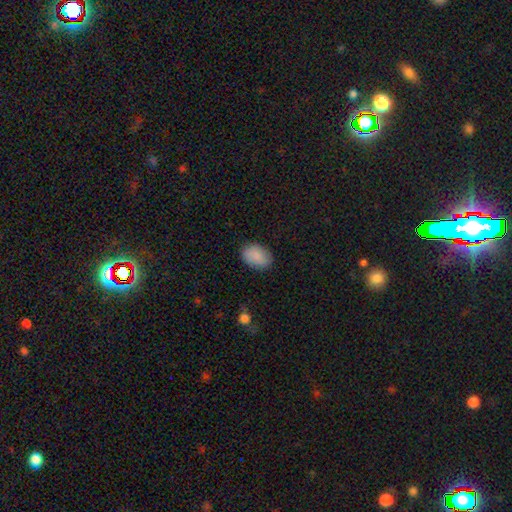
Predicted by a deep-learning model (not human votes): Morphology: type=smooth (87%); roundness=in between (84%); merging=none (85%).